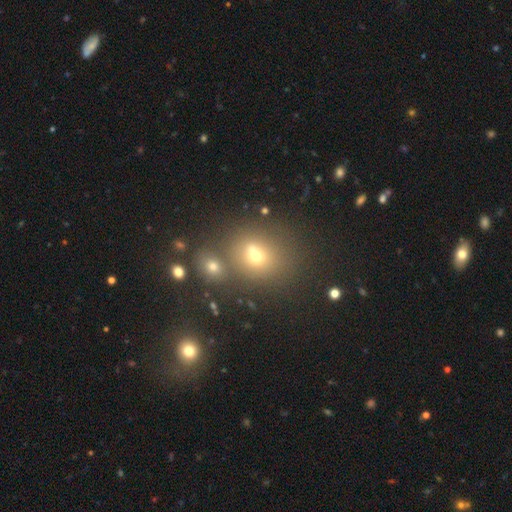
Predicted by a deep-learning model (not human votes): Smooth or featured: smooth — 61% (star or artifact — 24%)
How rounded: round — 64% (in between — 34%)
Merging: none — 53% (merger — 30%)